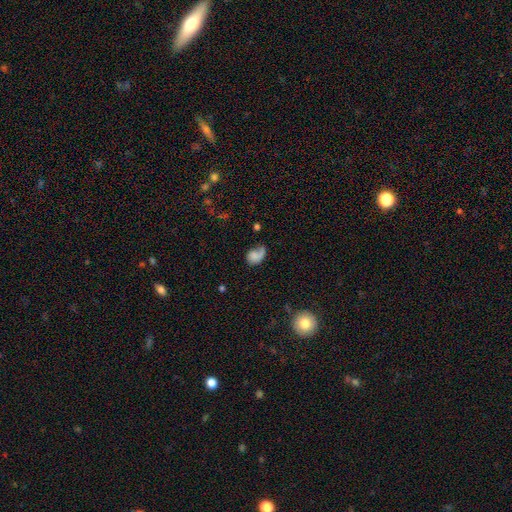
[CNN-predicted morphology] Smooth or featured? smooth (56%)
How rounded? in between (68%)
Merging? major disturbance (36%)